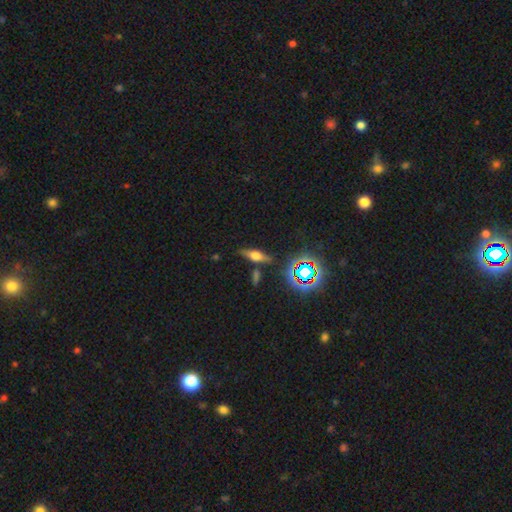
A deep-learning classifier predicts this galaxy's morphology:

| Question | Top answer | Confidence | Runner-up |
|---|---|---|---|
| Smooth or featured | featured or disk | 49% | smooth (33%) |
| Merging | none | 76% | minor disturbance (14%) |